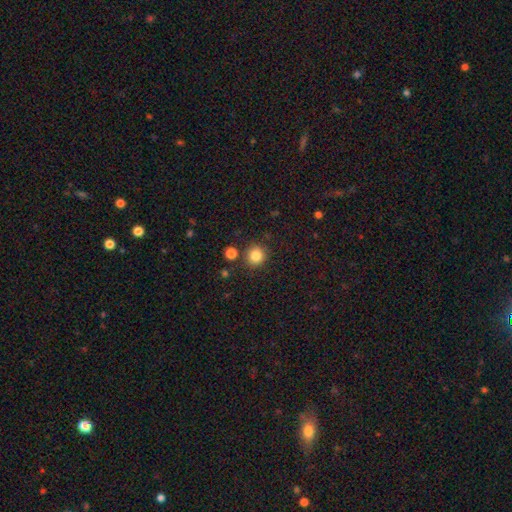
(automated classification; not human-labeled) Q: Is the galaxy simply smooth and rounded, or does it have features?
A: smooth — 84%.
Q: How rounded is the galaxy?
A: round — 92%.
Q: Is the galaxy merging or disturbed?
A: none — 86%.